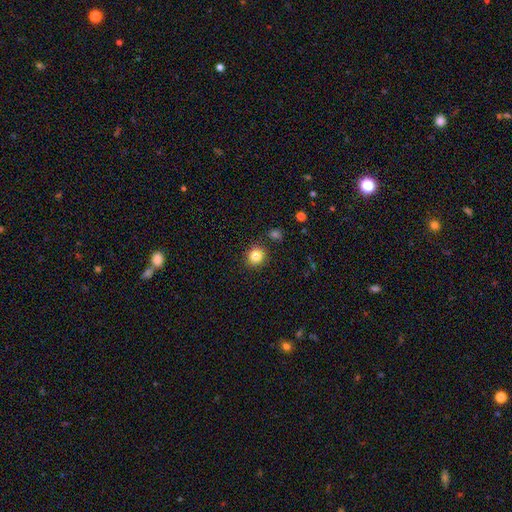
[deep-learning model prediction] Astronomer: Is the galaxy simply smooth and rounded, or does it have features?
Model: smooth — 83%.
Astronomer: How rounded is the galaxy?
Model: round — 87%.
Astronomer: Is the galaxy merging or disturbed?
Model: none — 88%.